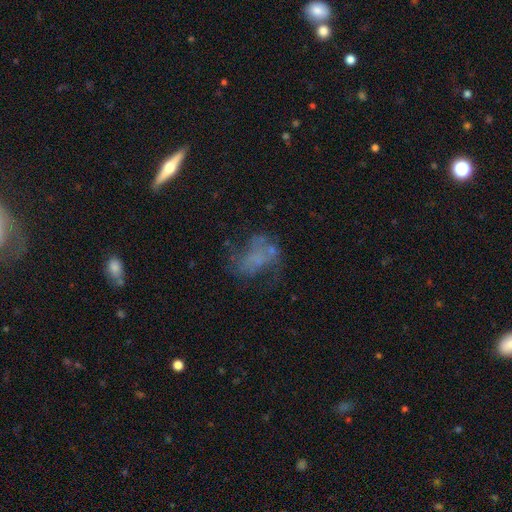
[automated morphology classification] Q: Smooth or featured?
A: featured or disk (53%); runner-up: smooth (28%)
Q: Edge-on disk?
A: no (90%); runner-up: yes (10%)
Q: Merging?
A: none (45%); runner-up: major disturbance (27%)